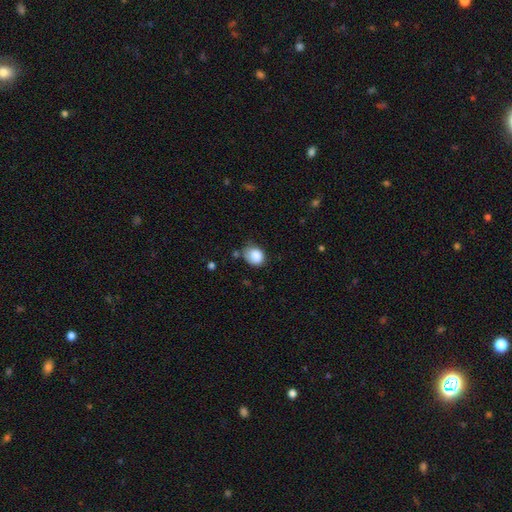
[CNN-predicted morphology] type=smooth (85%); roundness=round (52%); merging=none (53%).